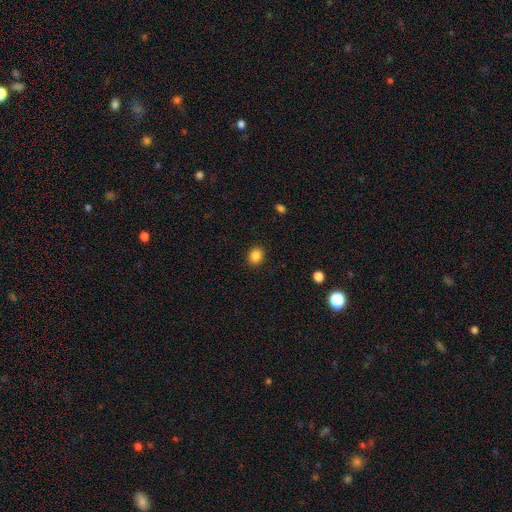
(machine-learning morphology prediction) This appears to be a smooth galaxy with no disk features (87%) that is round (53%). Merging: none (90%).